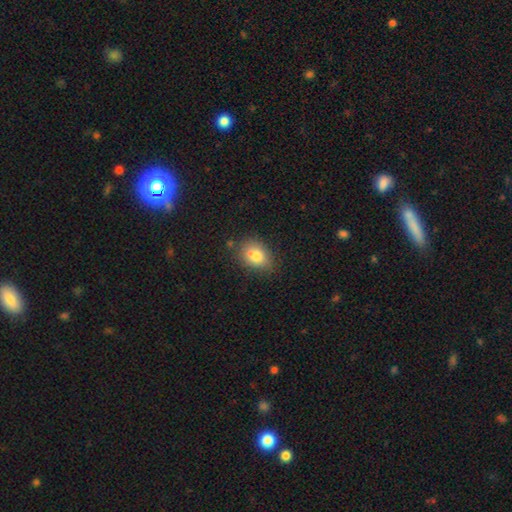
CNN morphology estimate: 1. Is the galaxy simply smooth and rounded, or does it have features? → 76% smooth, 14% featured or disk, 10% star or artifact.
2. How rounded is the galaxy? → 68% in between, 31% round, 2% cigar-shaped.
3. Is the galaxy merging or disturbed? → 58% none, 20% minor disturbance, 17% merger, 5% major disturbance.